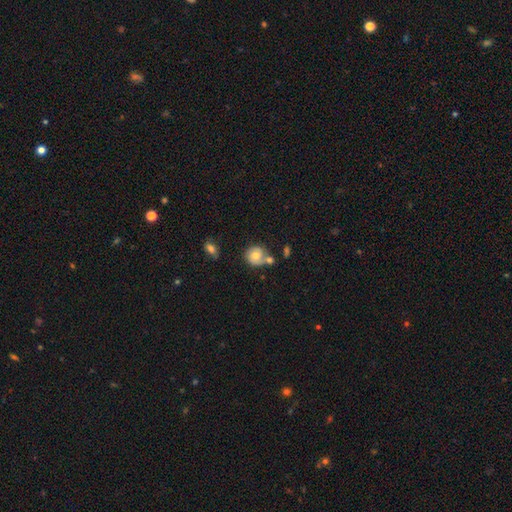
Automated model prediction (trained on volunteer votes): smooth_or_featured: smooth (p=0.63) [alt: featured or disk p=0.29]
how_rounded: round (p=0.84) [alt: in between p=0.15]
merging: none (p=0.49) [alt: merger p=0.26]